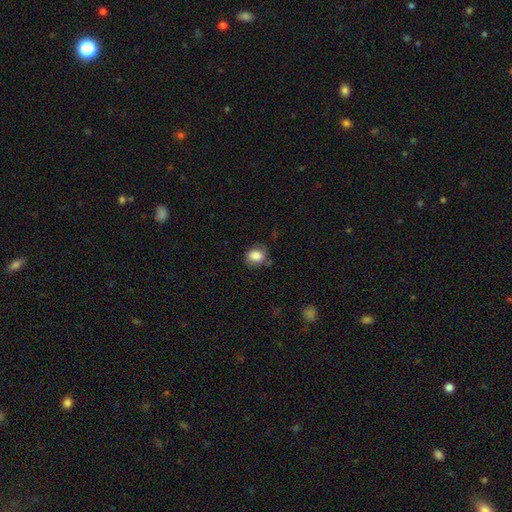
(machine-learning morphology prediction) Smooth or featured: smooth — 82% (featured or disk — 10%)
How rounded: in between — 55% (round — 44%)
Merging: none — 62% (minor disturbance — 26%)